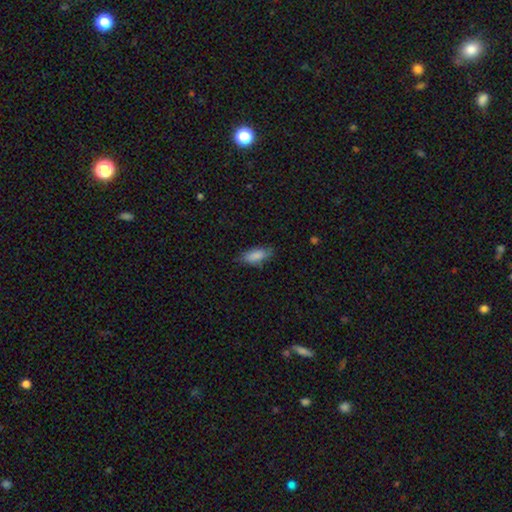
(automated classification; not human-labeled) Morphology: type=smooth (83%); roundness=in between (80%); merging=none (72%).